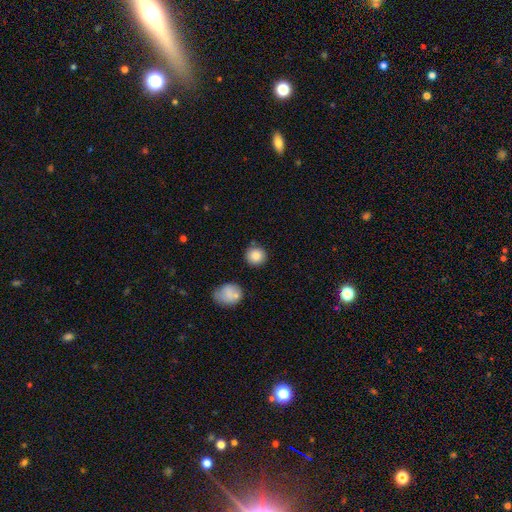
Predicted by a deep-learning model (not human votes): Q: Smooth or featured?
A: smooth (86%); runner-up: star or artifact (9%)
Q: How rounded?
A: round (91%); runner-up: in between (8%)
Q: Merging?
A: none (83%); runner-up: minor disturbance (10%)